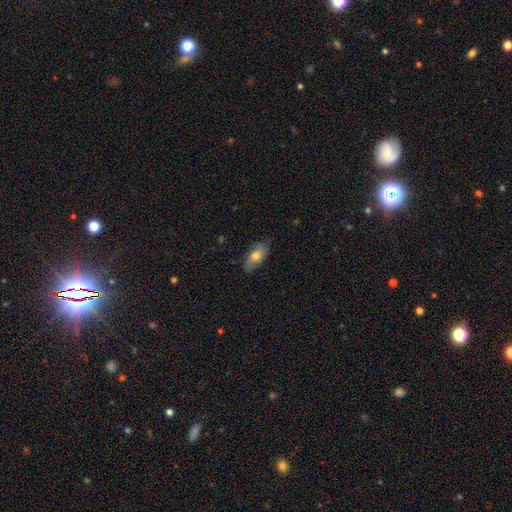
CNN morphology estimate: Overall: smooth (68%). How rounded: in between (87%). Merging: none (78%).